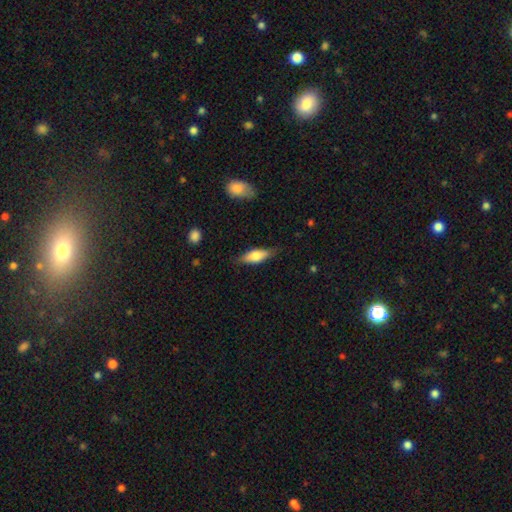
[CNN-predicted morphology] type=smooth (64%); roundness=in between (64%); merging=none (78%).